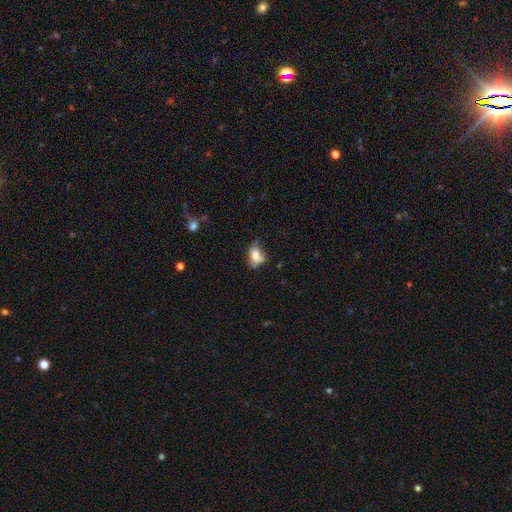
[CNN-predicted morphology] Overall: smooth (70%). How rounded: in between (82%). Merging: none (34%; minor disturbance 31%).